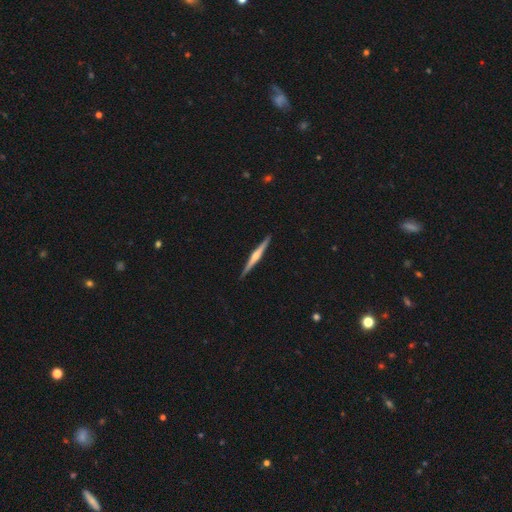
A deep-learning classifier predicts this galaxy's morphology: smooth-or-featured: featured or disk: 75% | smooth: 21% | star or artifact: 5%
  disk-edge-on: yes: 98% | no: 2%
    edge-on-bulge: rounded: 86% | none: 8% | boxy: 6%
  merging: none: 91% | minor disturbance: 6% | major disturbance: 1% | merger: 1%